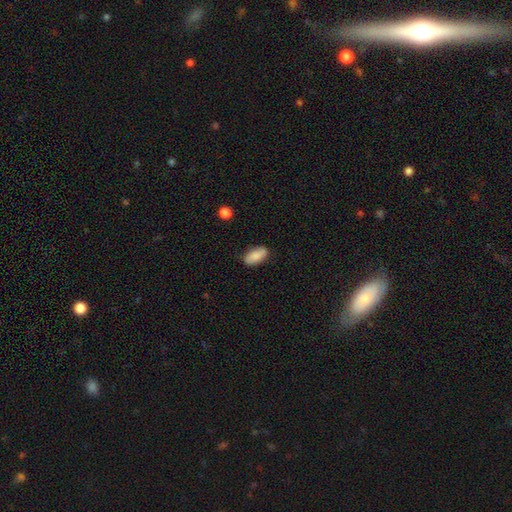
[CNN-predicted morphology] This appears to be a smooth galaxy with no disk features (84%) that is in between round and cigar-shaped (92%). Merging: none (83%).